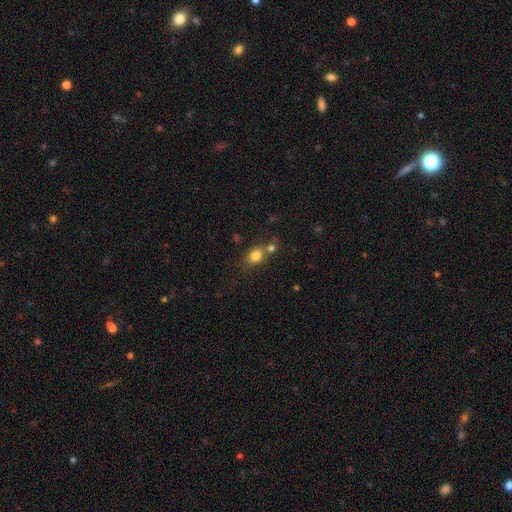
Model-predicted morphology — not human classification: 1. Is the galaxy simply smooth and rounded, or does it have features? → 80% smooth, 11% star or artifact, 9% featured or disk.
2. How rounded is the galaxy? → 57% round, 41% in between, 2% cigar-shaped.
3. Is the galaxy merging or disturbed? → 57% none, 26% merger, 13% minor disturbance, 4% major disturbance.